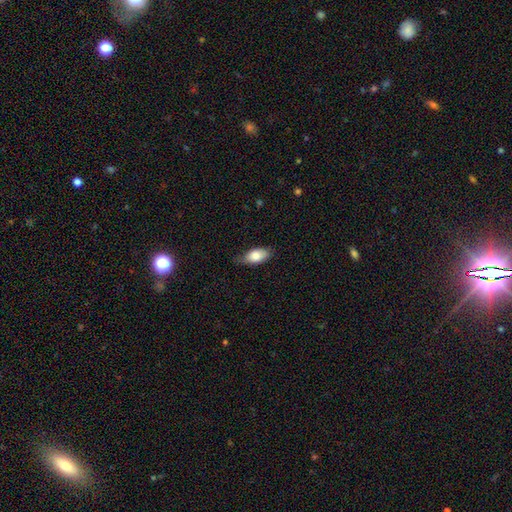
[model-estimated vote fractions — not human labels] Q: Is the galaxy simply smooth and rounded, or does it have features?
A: smooth — 79%.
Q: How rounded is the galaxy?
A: in between — 90%.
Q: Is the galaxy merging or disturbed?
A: none — 64%.